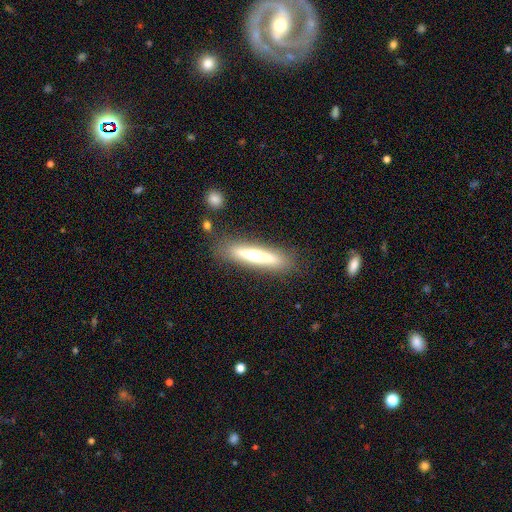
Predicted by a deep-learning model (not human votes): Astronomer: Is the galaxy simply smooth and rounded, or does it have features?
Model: smooth — 48% (runner-up: featured or disk, 45%).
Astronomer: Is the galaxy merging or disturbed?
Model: none — 84%.